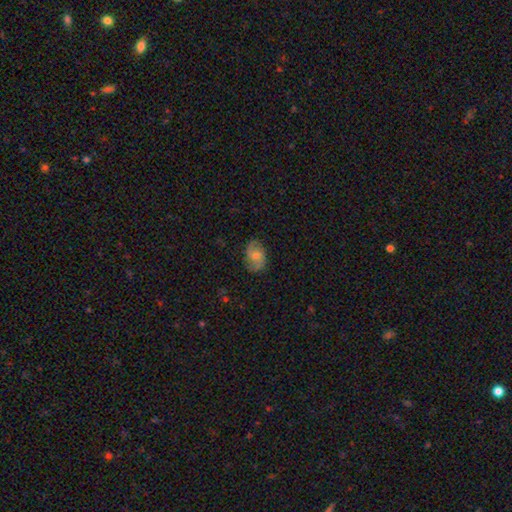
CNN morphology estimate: Smooth or featured? Predicted: featured or disk (p=0.53). Edge-on disk? Predicted: no (p=0.96). Bar? Predicted: no (p=0.69). Spiral arms? Predicted: yes (p=0.86). Bulge size? Predicted: moderate (p=0.49). Merging? Predicted: none (p=0.78).